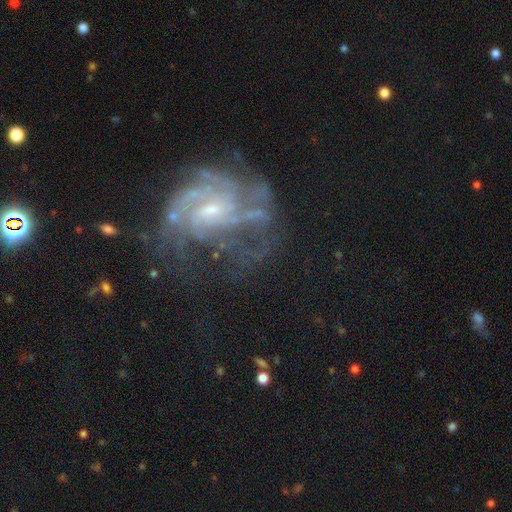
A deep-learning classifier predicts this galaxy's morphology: type=featured or disk (76%); edge-on=no (97%); bar=no (52%); spiral arms=yes (90%); winding=tight (44%); arm count=can't tell (35%); bulge=small (65%); merging=none (57%).